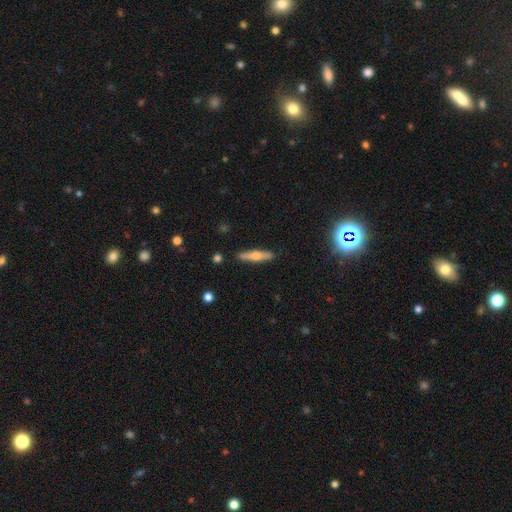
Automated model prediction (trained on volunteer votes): smooth-or-featured: smooth: 48% | featured or disk: 46% | star or artifact: 6%
  merging: none: 89% | minor disturbance: 8% | major disturbance: 2% | merger: 2%